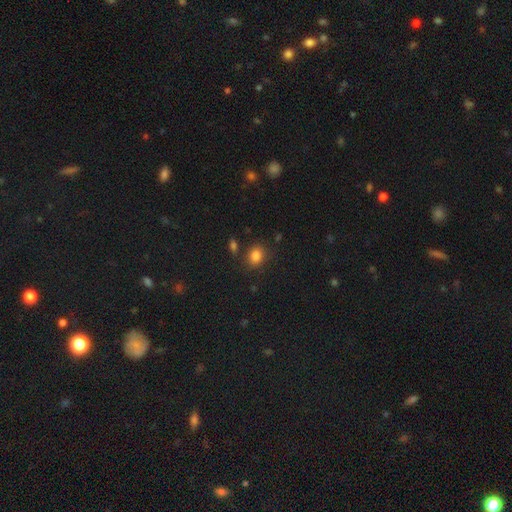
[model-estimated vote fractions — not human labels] The model was most divided on "how rounded": round: 50%, in between: 49%, cigar-shaped: 1%. More confident: smooth or featured — smooth (83%); merging — none (79%).